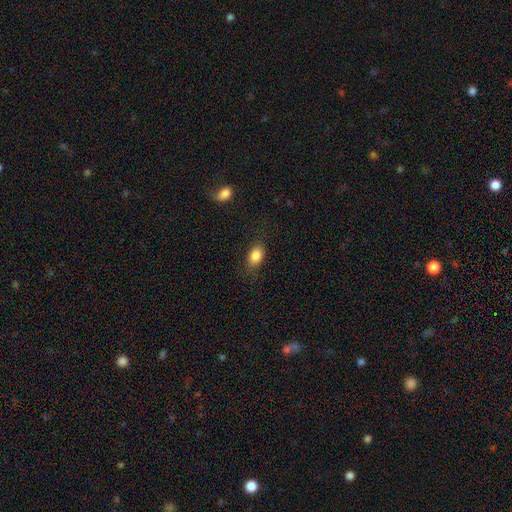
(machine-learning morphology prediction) smooth_or_featured: smooth (p=0.85) [alt: star or artifact p=0.08]
how_rounded: in between (p=0.81) [alt: round p=0.17]
merging: none (p=0.78) [alt: minor disturbance p=0.15]